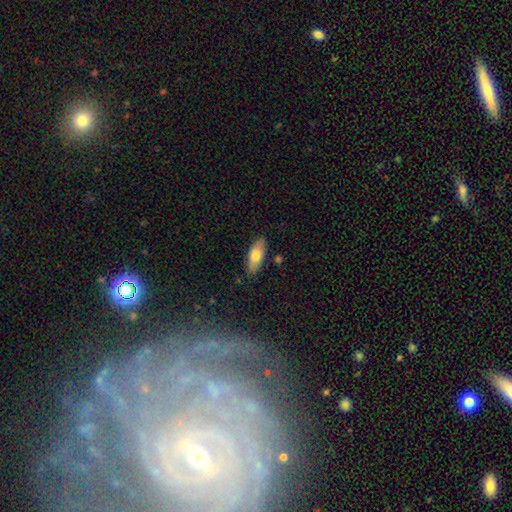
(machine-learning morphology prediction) Smooth or featured: smooth — 72% (featured or disk — 22%)
How rounded: in between — 78% (cigar-shaped — 19%)
Merging: none — 83% (minor disturbance — 12%)